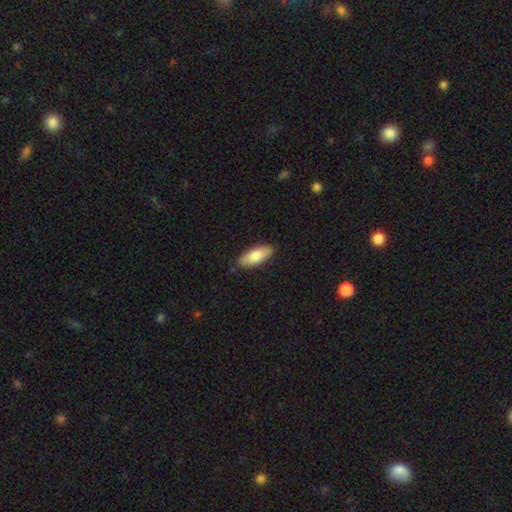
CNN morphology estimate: A smooth galaxy with no disk features (79%) that is in between round and cigar-shaped (78%).

Vote fractions:
- Smooth or featured? smooth: 79% / featured or disk: 15% / star or artifact: 5%
- How rounded? in between: 78% / cigar-shaped: 20% / round: 2%
- Merging? none: 85% / minor disturbance: 12% / major disturbance: 2% / merger: 1%